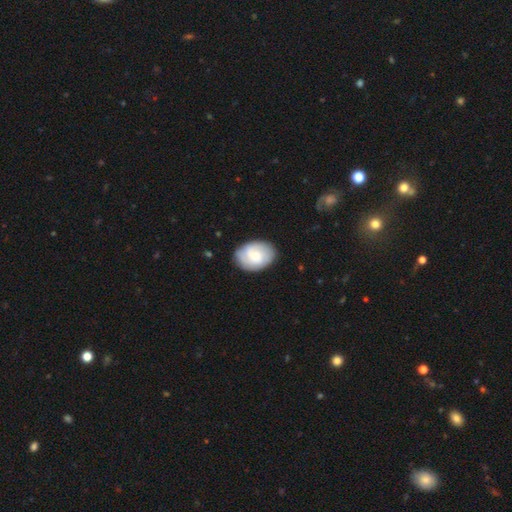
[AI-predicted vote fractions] The model was most divided on "smooth or featured": smooth: 51%, featured or disk: 43%, star or artifact: 6%. More confident: merging — none (81%); how rounded — in between (71%).